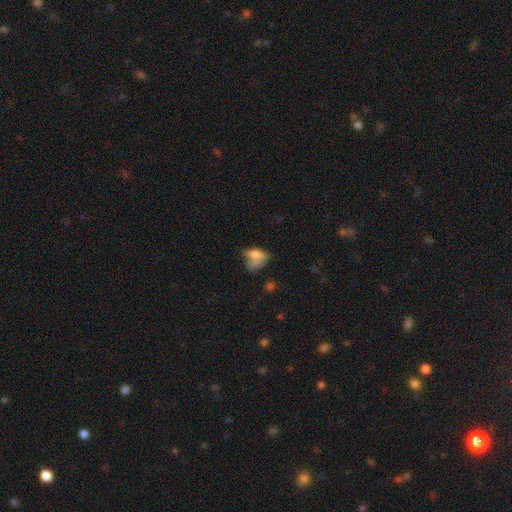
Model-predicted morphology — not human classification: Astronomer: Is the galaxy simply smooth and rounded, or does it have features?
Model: smooth — 66%.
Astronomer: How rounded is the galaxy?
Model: in between — 78%.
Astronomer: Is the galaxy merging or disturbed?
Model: major disturbance — 33% (runner-up: none, 27%).